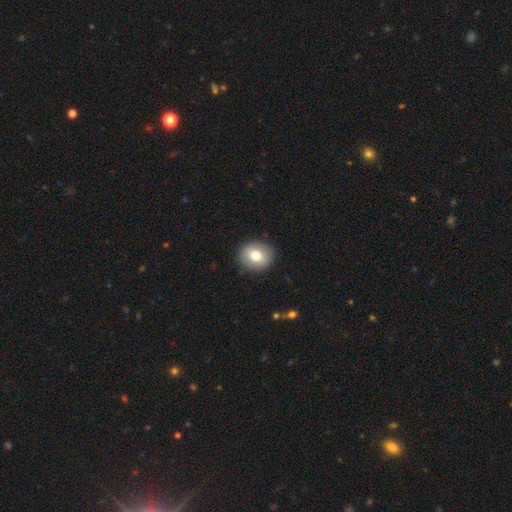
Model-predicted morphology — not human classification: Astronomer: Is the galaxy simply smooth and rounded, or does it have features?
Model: smooth — 80%.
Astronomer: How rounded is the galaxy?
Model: round — 75%.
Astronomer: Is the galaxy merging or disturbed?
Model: none — 90%.